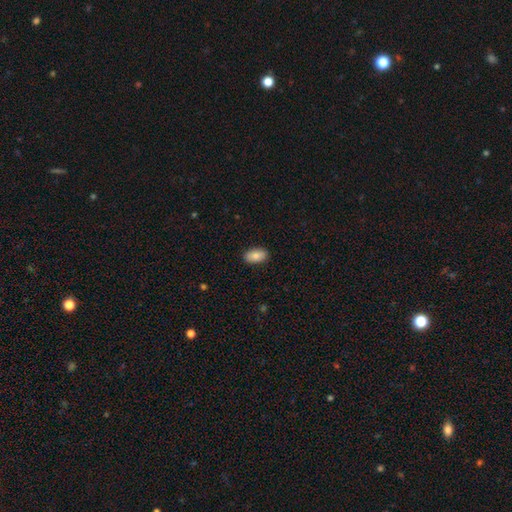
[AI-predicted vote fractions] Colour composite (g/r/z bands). It shows a smooth galaxy with no disk features (84%) that is in between round and cigar-shaped (93%). Merging: none (89%).